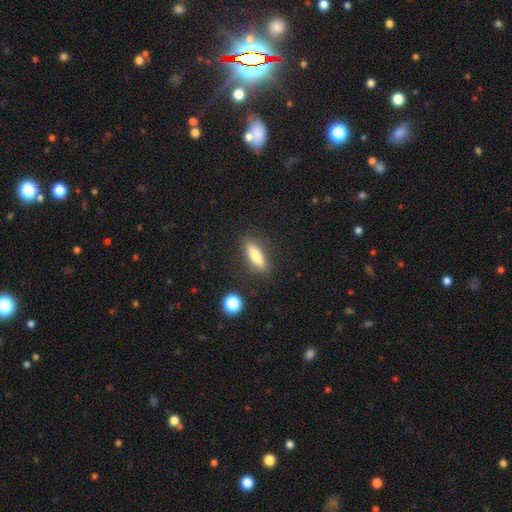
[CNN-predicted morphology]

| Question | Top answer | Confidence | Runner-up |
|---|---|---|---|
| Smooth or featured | smooth | 67% | featured or disk (26%) |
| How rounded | cigar-shaped | 59% | in between (38%) |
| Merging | none | 86% | minor disturbance (9%) |